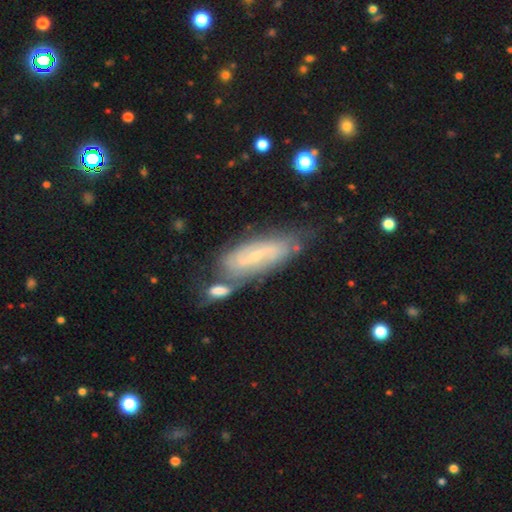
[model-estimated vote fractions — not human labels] A featured or disk galaxy (72%) with a weak bar (48%), 2 (57%) tight (41%) spiral arms (87%) and a small central bulge (71%). Merging: none (52%).